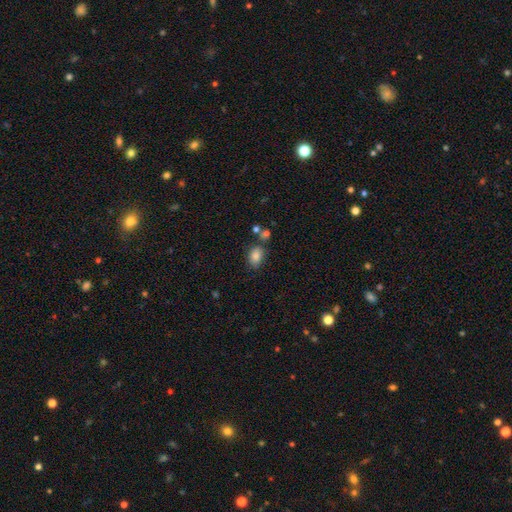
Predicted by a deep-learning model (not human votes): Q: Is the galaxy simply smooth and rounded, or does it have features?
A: smooth — 84%.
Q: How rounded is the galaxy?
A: in between — 73%.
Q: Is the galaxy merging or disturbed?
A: none — 69%.